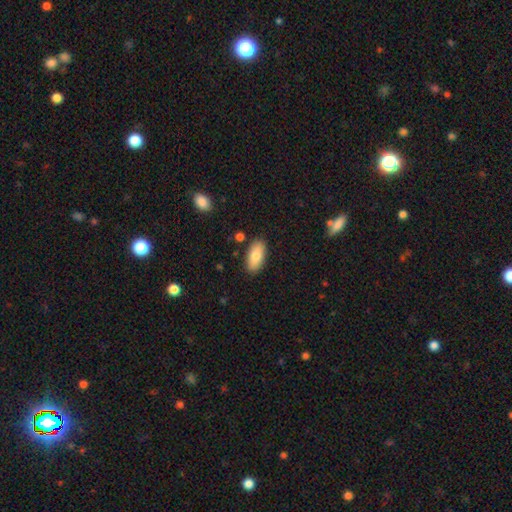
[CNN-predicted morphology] Smooth or featured: smooth — 81% (featured or disk — 13%)
How rounded: in between — 91% (cigar-shaped — 6%)
Merging: none — 86% (minor disturbance — 10%)